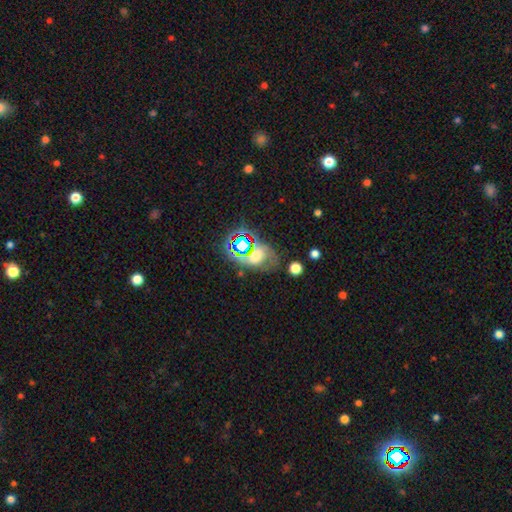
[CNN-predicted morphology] Q: Smooth or featured?
A: smooth (41%); runner-up: star or artifact (32%)
Q: Merging?
A: none (47%); runner-up: minor disturbance (20%)